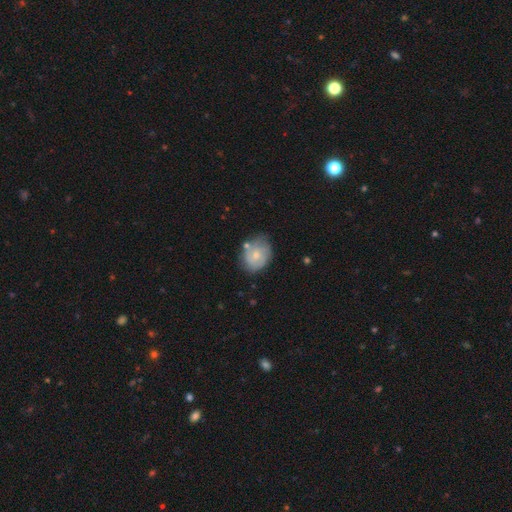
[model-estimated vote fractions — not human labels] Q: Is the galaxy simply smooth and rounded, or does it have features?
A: smooth — 47%.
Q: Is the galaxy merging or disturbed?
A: none — 59%.